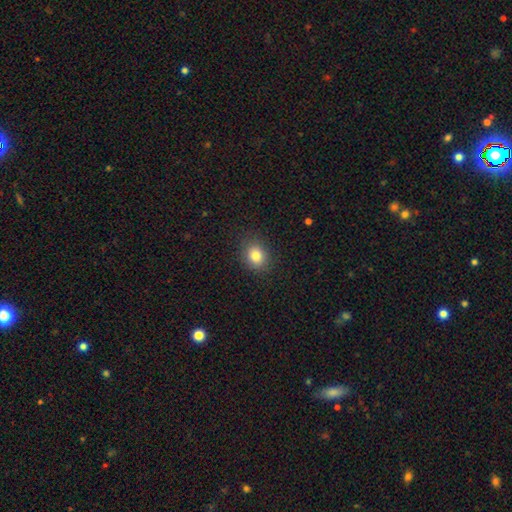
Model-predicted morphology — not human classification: type=smooth (82%); roundness=round (62%); merging=none (87%).